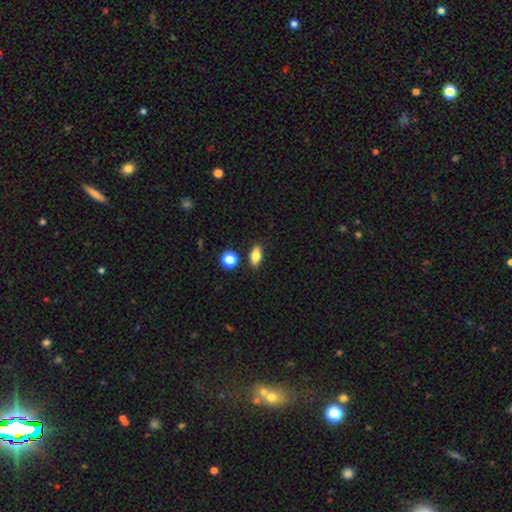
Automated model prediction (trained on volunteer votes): This is clearly a smooth galaxy (81%). How rounded: clearly in between (81%). Merging: clearly none (84%).